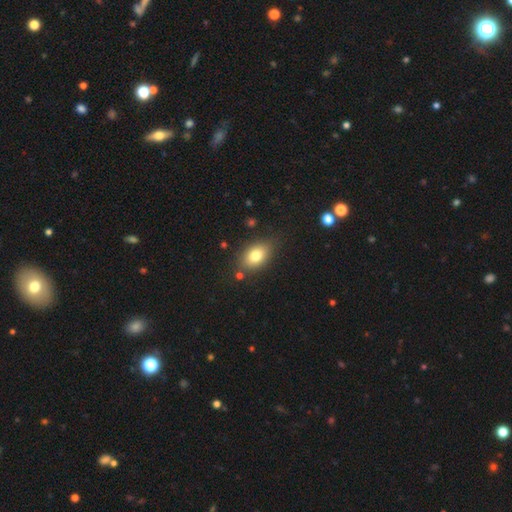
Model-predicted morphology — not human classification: A smooth galaxy with no disk features (78%) that is in between round and cigar-shaped (84%).

Vote fractions:
- Smooth or featured? smooth: 78% / featured or disk: 13% / star or artifact: 9%
- How rounded? in between: 84% / round: 14% / cigar-shaped: 2%
- Merging? none: 78% / minor disturbance: 14% / merger: 4% / major disturbance: 4%